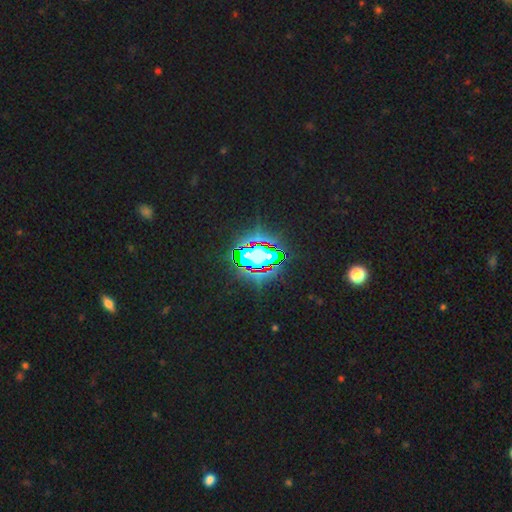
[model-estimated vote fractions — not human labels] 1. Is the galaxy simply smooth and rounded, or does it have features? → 73% star or artifact, 16% smooth, 11% featured or disk.